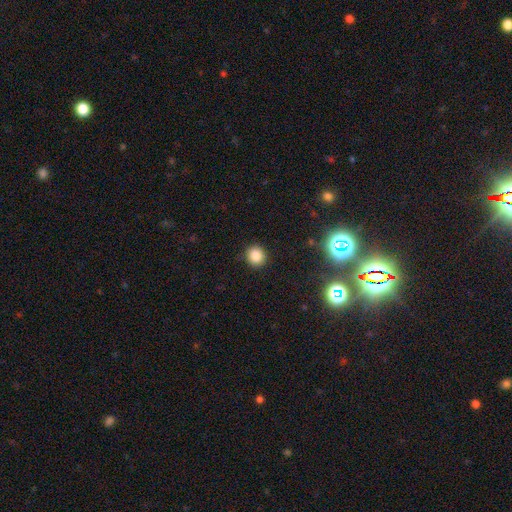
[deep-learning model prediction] A smooth galaxy with no disk features (84%) that is round (90%).

Vote fractions:
- Smooth or featured? smooth: 84% / star or artifact: 11% / featured or disk: 4%
- How rounded? round: 90% / in between: 9% / cigar-shaped: 1%
- Merging? none: 91% / minor disturbance: 6% / major disturbance: 2% / merger: 1%